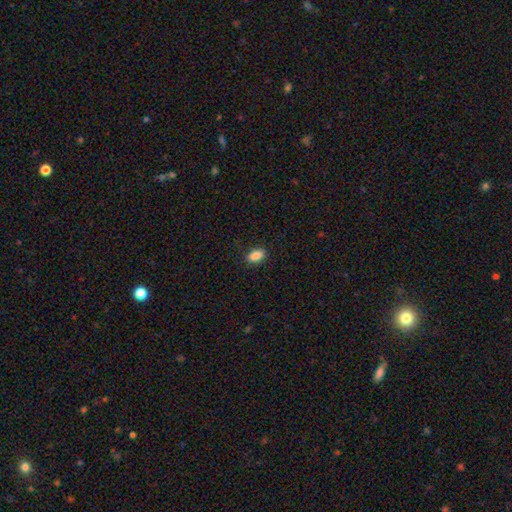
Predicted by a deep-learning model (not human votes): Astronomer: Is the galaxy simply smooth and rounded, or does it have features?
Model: smooth — 88%.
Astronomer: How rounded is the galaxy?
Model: in between — 88%.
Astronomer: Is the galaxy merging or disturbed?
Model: none — 88%.